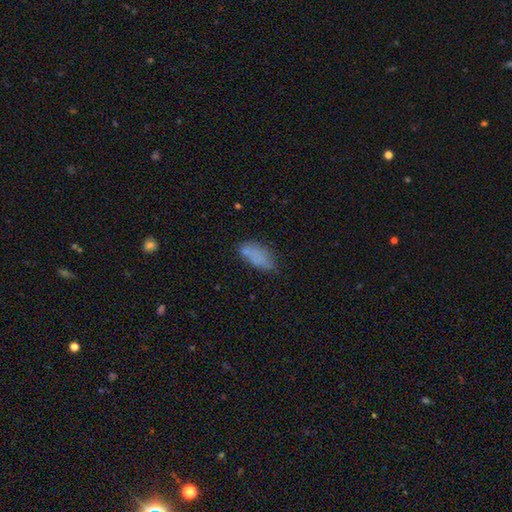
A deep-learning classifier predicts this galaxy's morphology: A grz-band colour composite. It shows a smooth galaxy with no disk features (73%) that is in between round and cigar-shaped (85%). Merging: none (58%).